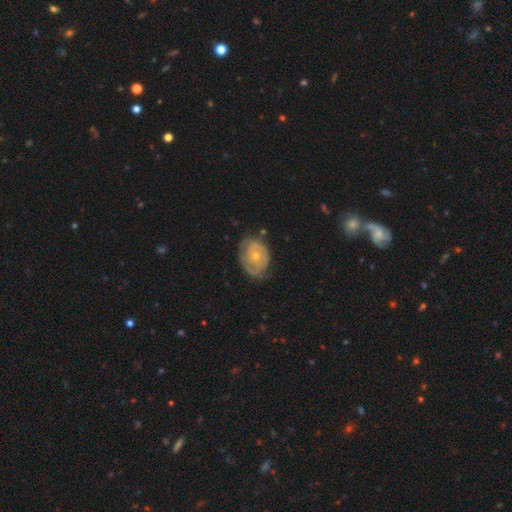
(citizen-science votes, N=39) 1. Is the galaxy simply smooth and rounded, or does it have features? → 77% featured or disk, 21% smooth, 3% star or artifact.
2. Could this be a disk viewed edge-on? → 100% no, 0% yes.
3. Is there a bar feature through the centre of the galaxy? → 77% no, 17% weak, 7% strong.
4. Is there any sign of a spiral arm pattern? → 90% yes, 10% no.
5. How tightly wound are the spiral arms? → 56% tight, 33% medium, 11% loose.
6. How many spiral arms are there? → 67% 2, 26% can't tell, 7% 1, 0% 3, 0% 4, 0% more than 4.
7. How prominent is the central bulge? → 60% small, 37% moderate, 3% large, 0% dominant, 0% none.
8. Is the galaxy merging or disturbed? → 58% none, 32% minor disturbance, 8% major disturbance, 3% merger.